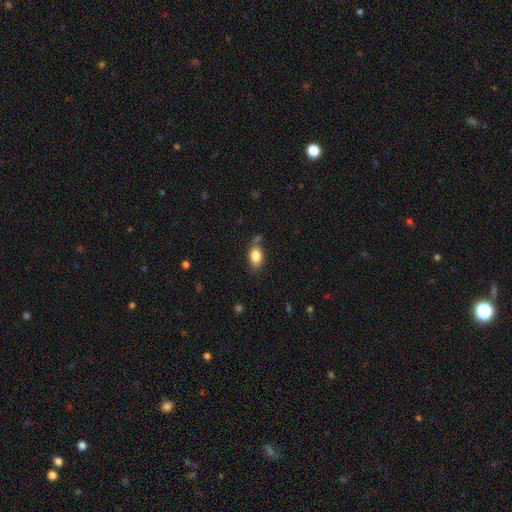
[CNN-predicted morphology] A smooth galaxy with no disk features (84%) that is in between round and cigar-shaped (86%). Merging: none (71%).